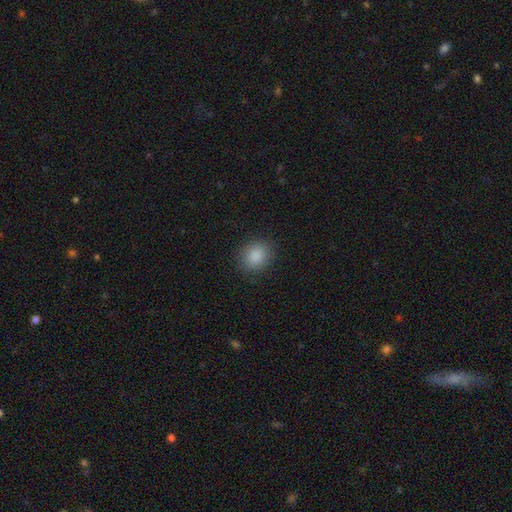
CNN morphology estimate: Smooth or featured?
  - smooth: 87% *
  - star or artifact: 9%
  - featured or disk: 4%
How rounded?
  - round: 65% *
  - in between: 34%
  - cigar-shaped: 1%
Merging?
  - none: 87% *
  - minor disturbance: 9%
  - major disturbance: 3%
  - merger: 1%